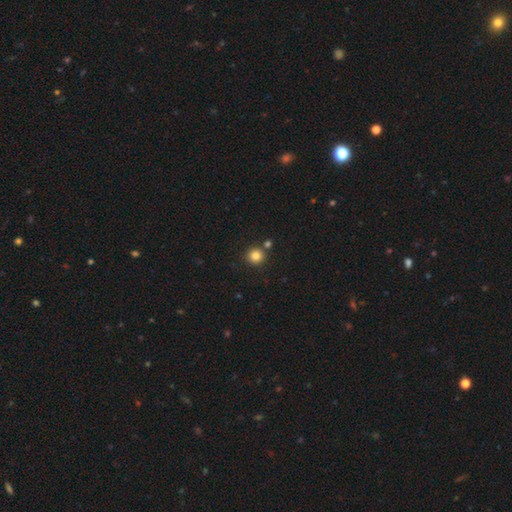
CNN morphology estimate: smooth 83%, star or artifact 11%, featured or disk 5%. Down the decision tree: how rounded — round (93%); merging — none (81%).